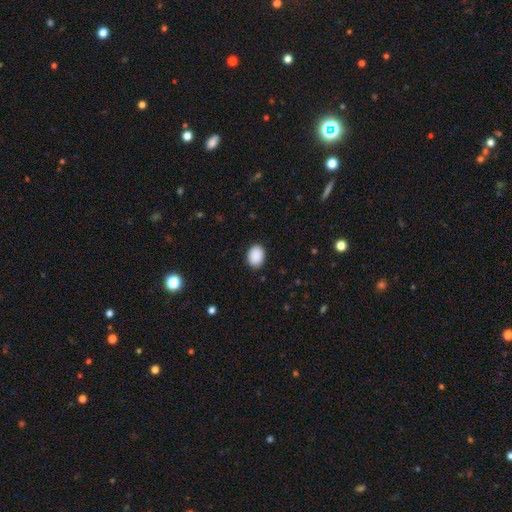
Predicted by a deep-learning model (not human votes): Smooth or featured: smooth — 90% (star or artifact — 7%)
How rounded: in between — 64% (round — 35%)
Merging: none — 89% (minor disturbance — 8%)